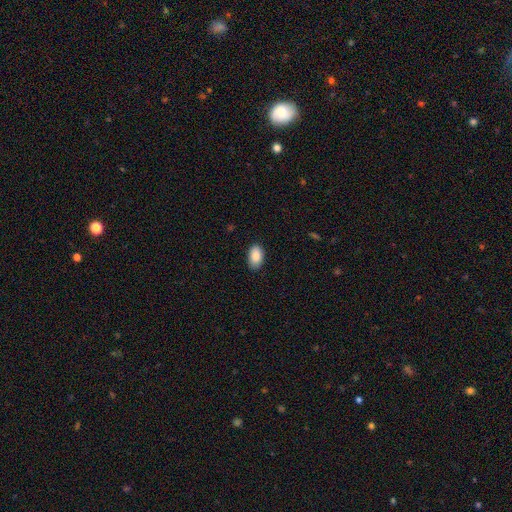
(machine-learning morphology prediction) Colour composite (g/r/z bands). It shows a smooth galaxy with no disk features (89%) that is in between round and cigar-shaped (94%). Merging: none (86%).